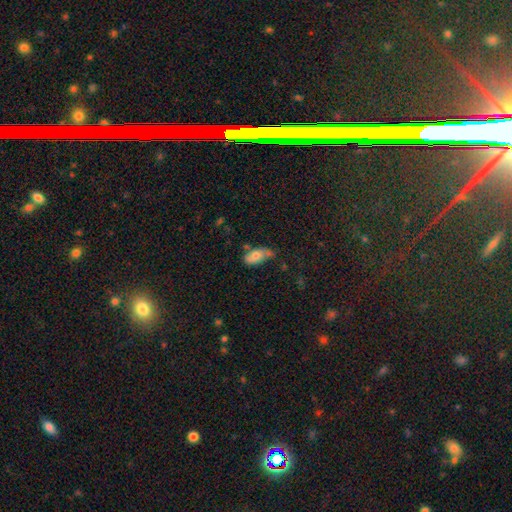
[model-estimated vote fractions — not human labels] This appears to be a smooth galaxy with no disk features (68%) that is in between round and cigar-shaped (90%). Merging: none (46%).